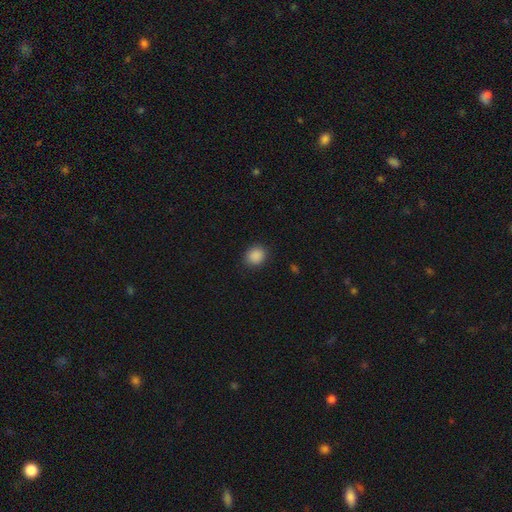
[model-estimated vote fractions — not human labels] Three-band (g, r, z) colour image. It shows a smooth galaxy with no disk features (88%) that is round (69%). Merging: none (89%).